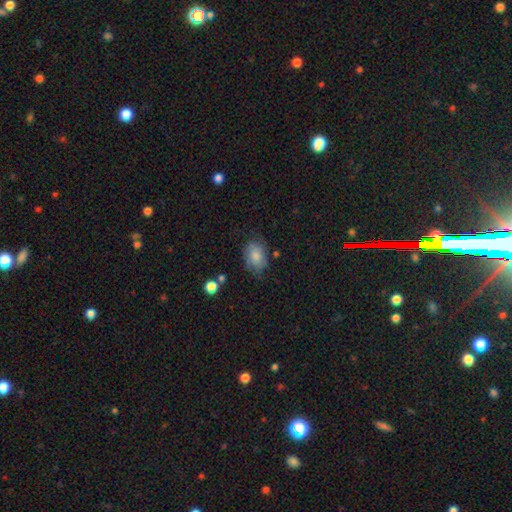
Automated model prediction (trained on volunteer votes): This appears to be a smooth galaxy with no disk features (75%) that is in between round and cigar-shaped (75%). Merging: none (64%).